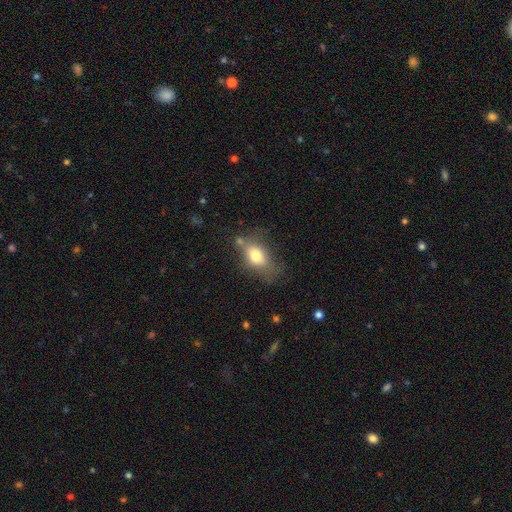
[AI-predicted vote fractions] This appears to be a smooth galaxy with no disk features (75%) that is in between round and cigar-shaped (79%). Merging: none (53%).